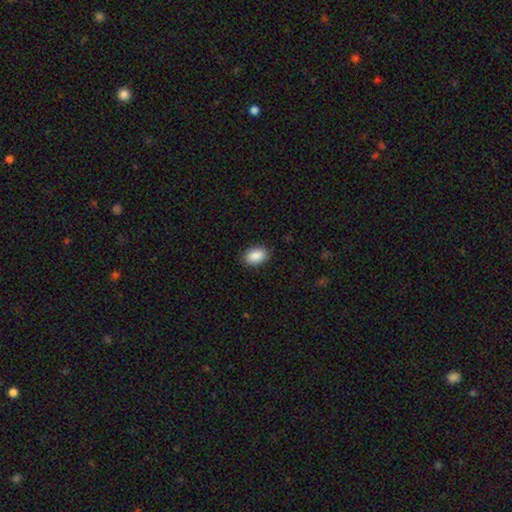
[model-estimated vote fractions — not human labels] Overall: smooth (90%). How rounded: in between (89%). Merging: none (89%).